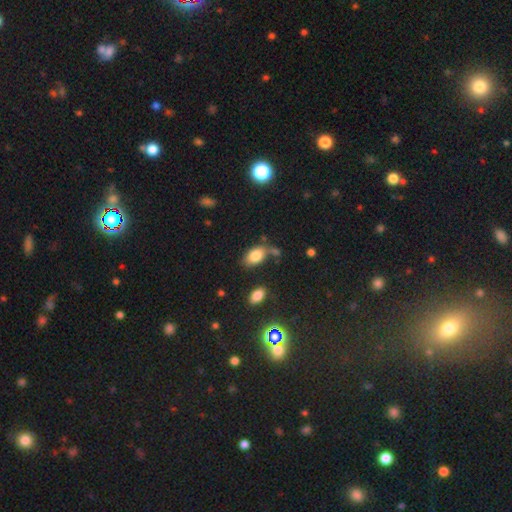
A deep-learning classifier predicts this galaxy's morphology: Smooth or featured?
  - smooth: 80% *
  - featured or disk: 11%
  - star or artifact: 9%
How rounded?
  - in between: 91% *
  - round: 6%
  - cigar-shaped: 2%
Merging?
  - none: 60% *
  - minor disturbance: 19%
  - merger: 14%
  - major disturbance: 6%